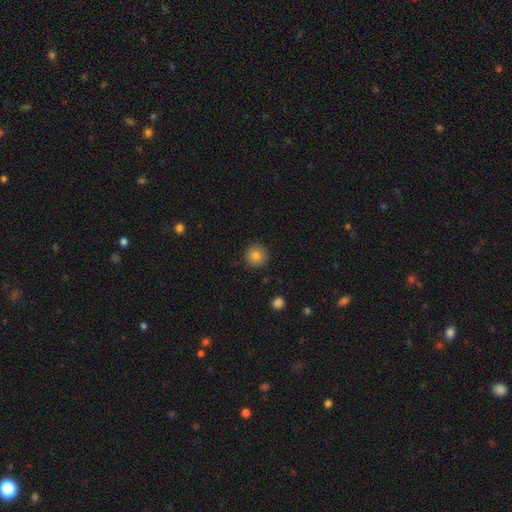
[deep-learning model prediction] Smooth or featured? smooth (84%)
How rounded? round (95%)
Merging? none (91%)